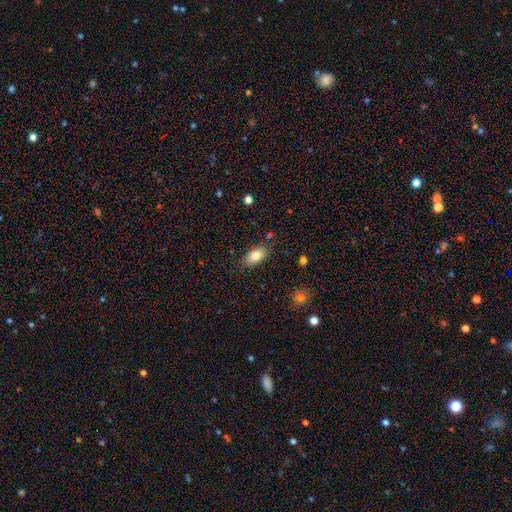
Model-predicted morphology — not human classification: A smooth galaxy with no disk features (82%) that is in between round and cigar-shaped (90%).

Vote fractions:
- Smooth or featured? smooth: 82% / featured or disk: 10% / star or artifact: 8%
- How rounded? in between: 90% / cigar-shaped: 5% / round: 5%
- Merging? none: 81% / minor disturbance: 13% / major disturbance: 3% / merger: 3%